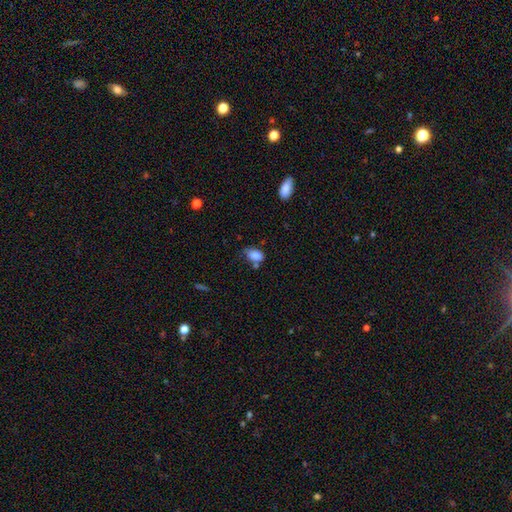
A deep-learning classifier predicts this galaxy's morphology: Smooth or featured?
  - smooth: 83% *
  - star or artifact: 9%
  - featured or disk: 9%
How rounded?
  - in between: 84% *
  - round: 15%
  - cigar-shaped: 2%
Merging?
  - none: 43% *
  - minor disturbance: 31%
  - merger: 17%
  - major disturbance: 9%